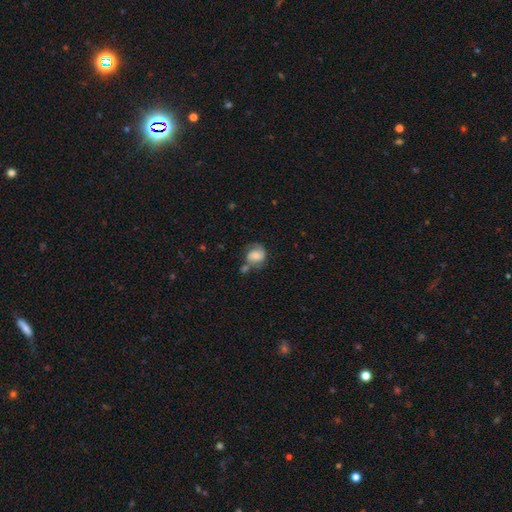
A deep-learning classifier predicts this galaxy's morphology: Smooth or featured: featured or disk — 47% (smooth — 44%)
Merging: none — 48% (minor disturbance — 23%)